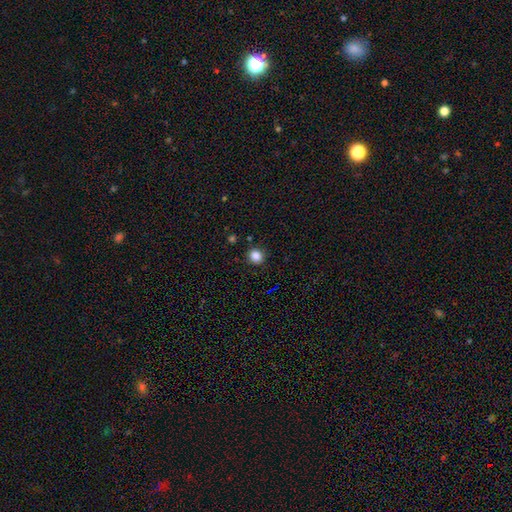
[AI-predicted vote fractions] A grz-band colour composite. It shows a smooth galaxy with no disk features (84%) that is round (87%). Merging: none (89%).